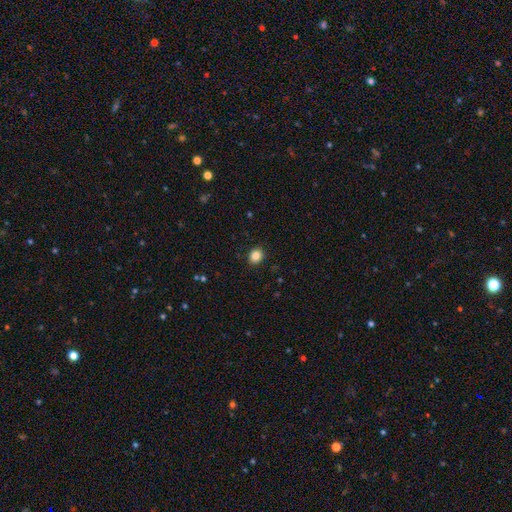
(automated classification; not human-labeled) smooth 86%, star or artifact 10%, featured or disk 4%. Down the decision tree: how rounded — round (59%); merging — none (90%).